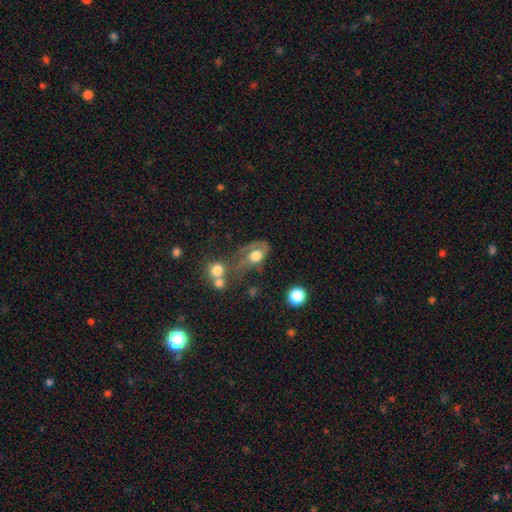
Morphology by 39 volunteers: A smooth galaxy with no disk features (51%) that is round (60%).

Vote fractions:
- Smooth or featured? smooth: 51% / featured or disk: 38% / star or artifact: 10%
- How rounded? round: 60% / in between: 40% / cigar-shaped: 0%
- Merging? major disturbance: 51% / merger: 26% / none: 11% / minor disturbance: 11%